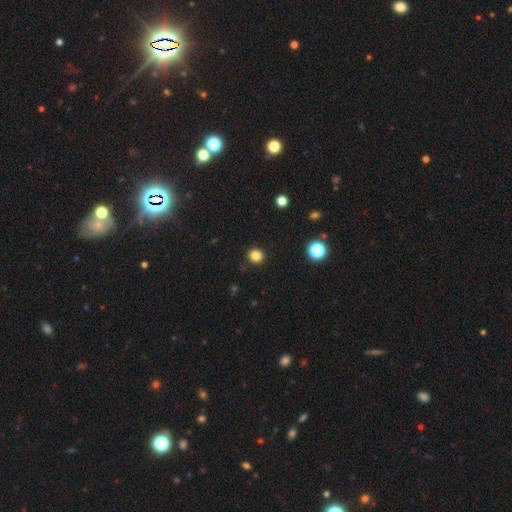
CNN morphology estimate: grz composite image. It shows a smooth galaxy with no disk features (83%) that is round (92%). Merging: none (92%).